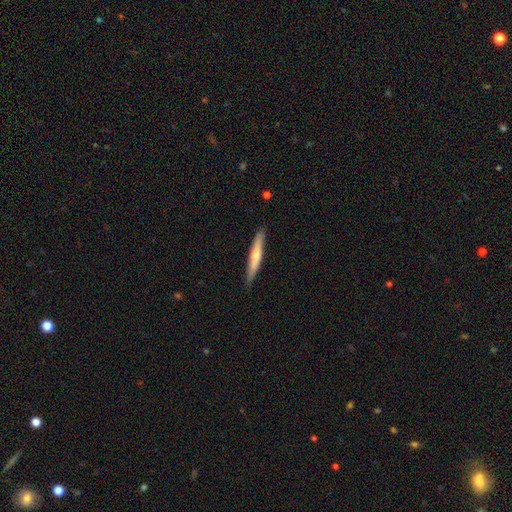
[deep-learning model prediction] A smooth galaxy with no disk features (51%) that is cigar-shaped (93%). Merging: none (87%).